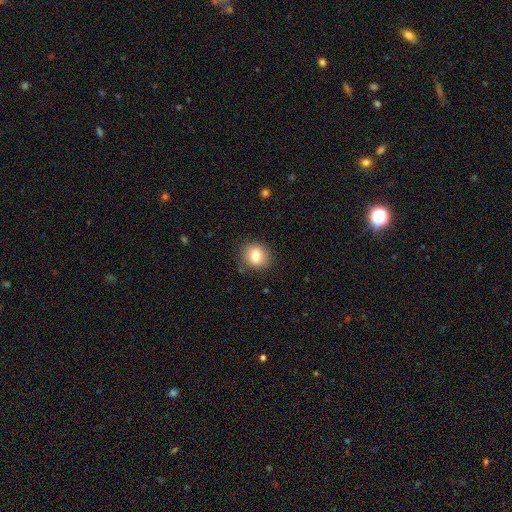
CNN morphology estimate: Smooth or featured: smooth — 81% (star or artifact — 10%)
How rounded: round — 81% (in between — 18%)
Merging: none — 86% (minor disturbance — 10%)